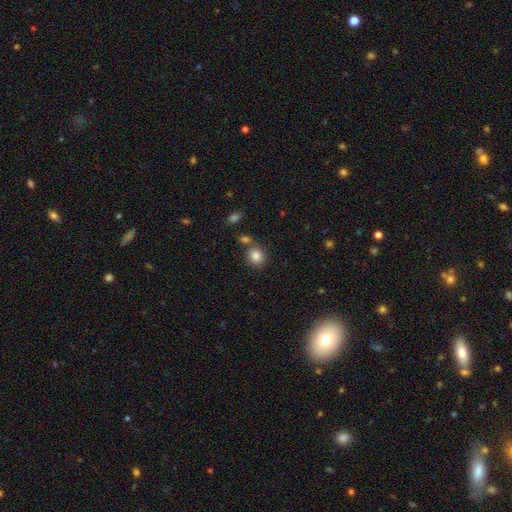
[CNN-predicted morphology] smooth 84%, star or artifact 9%, featured or disk 6%. Down the decision tree: how rounded — round (79%); merging — none (69%).